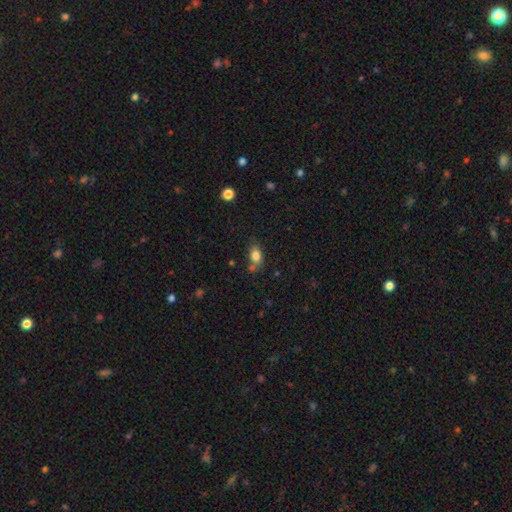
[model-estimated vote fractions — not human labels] Smooth or featured? smooth (82%)
How rounded? in between (84%)
Merging? none (64%)